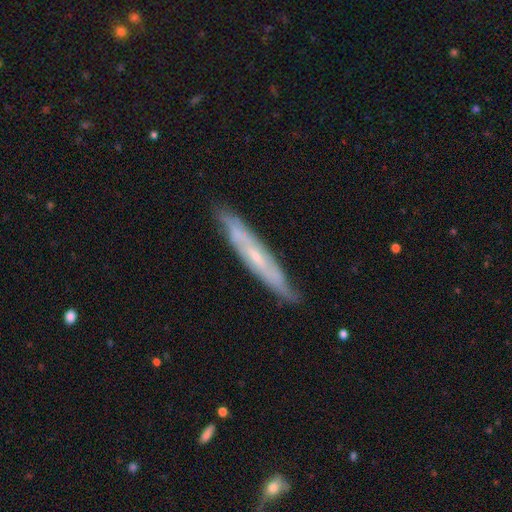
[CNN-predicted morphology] This appears to be a featured or disk galaxy (65%) viewed edge-on (71%). Merging: none (83%).